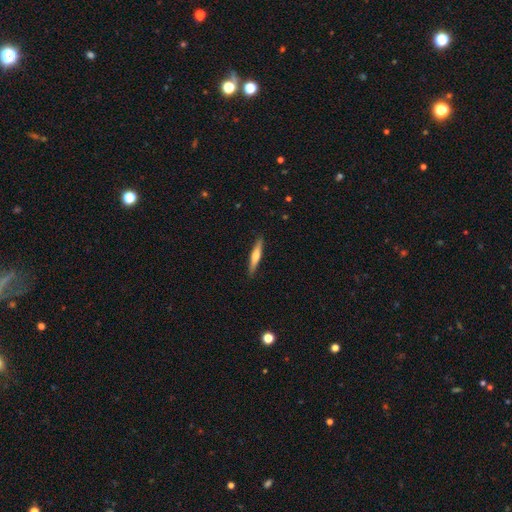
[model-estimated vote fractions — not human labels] Overall: featured or disk (50%; smooth 44%). Merging: none (89%).